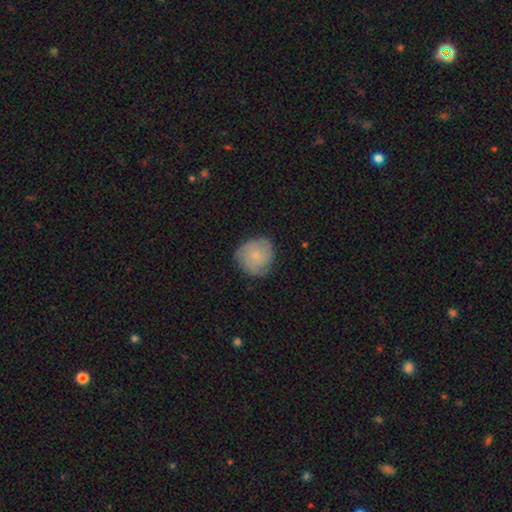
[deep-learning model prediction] Smooth or featured: smooth — 55% (featured or disk — 38%)
How rounded: round — 89% (in between — 10%)
Merging: none — 78% (minor disturbance — 17%)